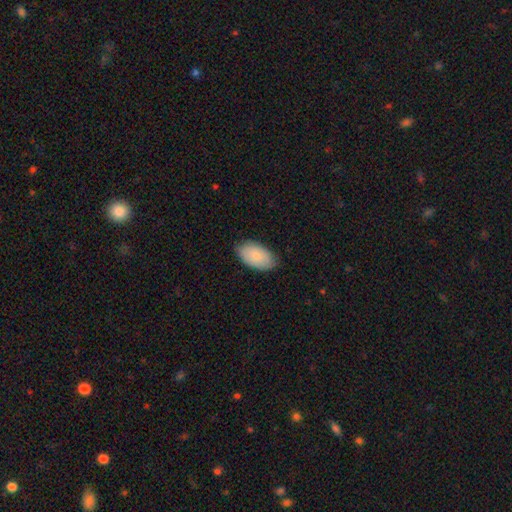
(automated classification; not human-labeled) Smooth or featured? Predicted: smooth (p=0.80). How rounded? Predicted: in between (p=0.95). Merging? Predicted: none (p=0.80).